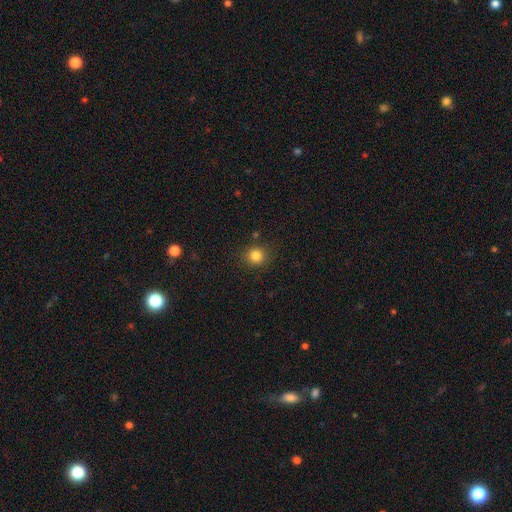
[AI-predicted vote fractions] smooth-or-featured: smooth: 82% | star or artifact: 12% | featured or disk: 5%
  how-rounded: round: 86% | in between: 13% | cigar-shaped: 1%
  merging: none: 86% | minor disturbance: 9% | major disturbance: 3% | merger: 2%